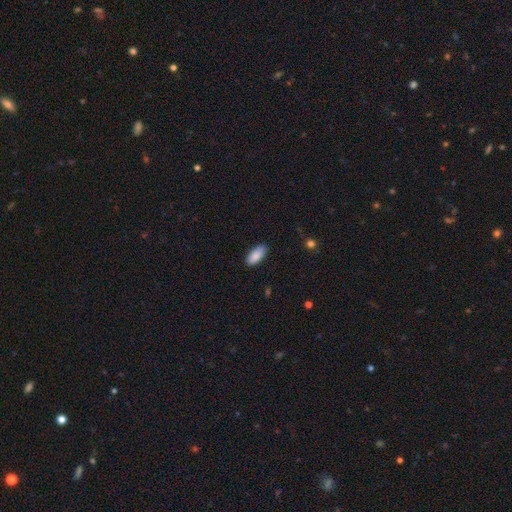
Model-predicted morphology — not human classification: A smooth galaxy with no disk features (89%) that is in between round and cigar-shaped (89%). Merging: none (87%).